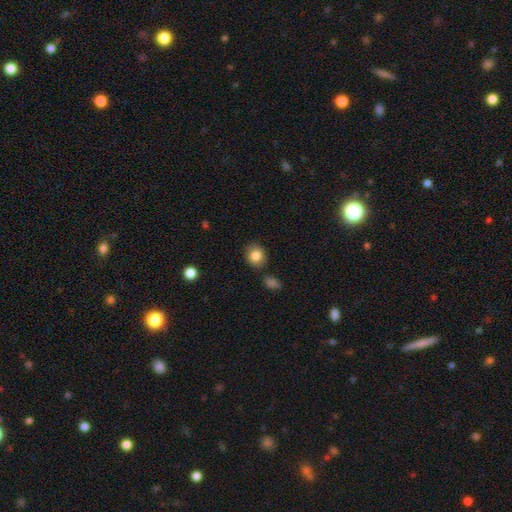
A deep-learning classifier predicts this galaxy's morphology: A smooth galaxy with no disk features (84%) that is round (72%).

Vote fractions:
- Smooth or featured? smooth: 84% / star or artifact: 9% / featured or disk: 8%
- How rounded? round: 72% / in between: 27% / cigar-shaped: 1%
- Merging? none: 81% / minor disturbance: 12% / merger: 4% / major disturbance: 3%